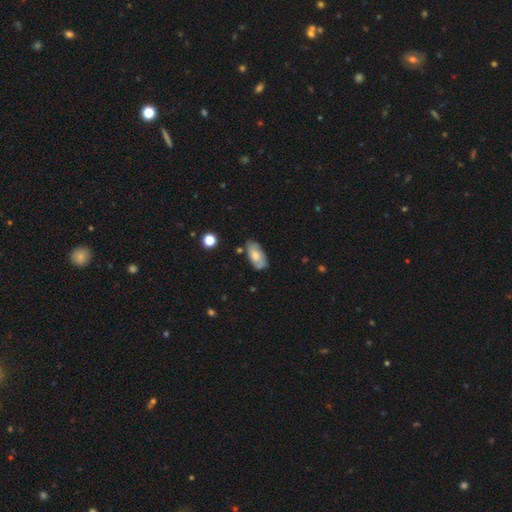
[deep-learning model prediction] A smooth galaxy with no disk features (58%) that is in between round and cigar-shaped (91%).

Vote fractions:
- Smooth or featured? smooth: 58% / featured or disk: 35% / star or artifact: 7%
- How rounded? in between: 91% / cigar-shaped: 6% / round: 3%
- Merging? none: 66% / minor disturbance: 25% / major disturbance: 5% / merger: 4%